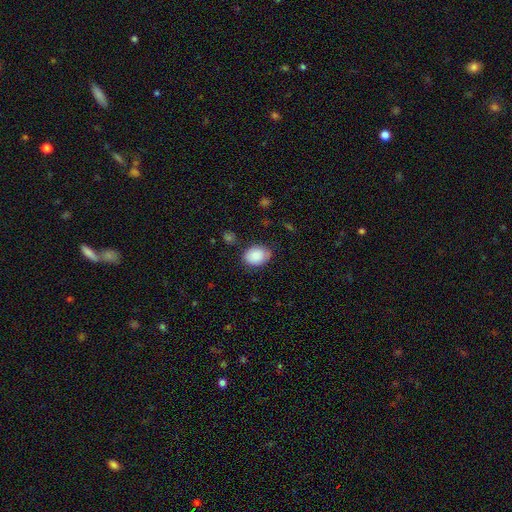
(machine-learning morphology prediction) This is clearly a smooth galaxy (86%). How rounded: likely in between (63%). Merging: likely none (76%).